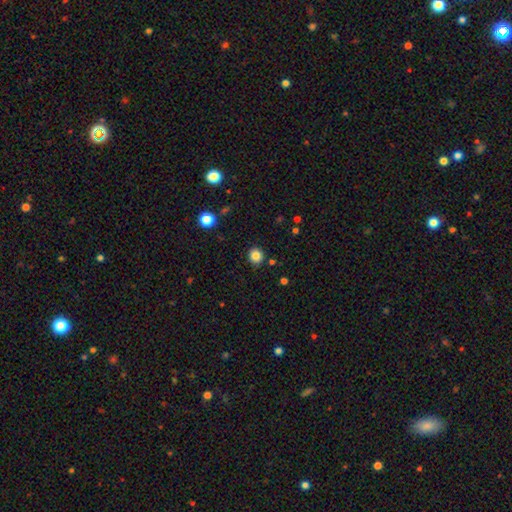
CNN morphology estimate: A smooth galaxy with no disk features (83%) that is round (88%).

Vote fractions:
- Smooth or featured? smooth: 83% / star or artifact: 12% / featured or disk: 5%
- How rounded? round: 88% / in between: 11% / cigar-shaped: 1%
- Merging? none: 89% / minor disturbance: 7% / major disturbance: 2% / merger: 2%